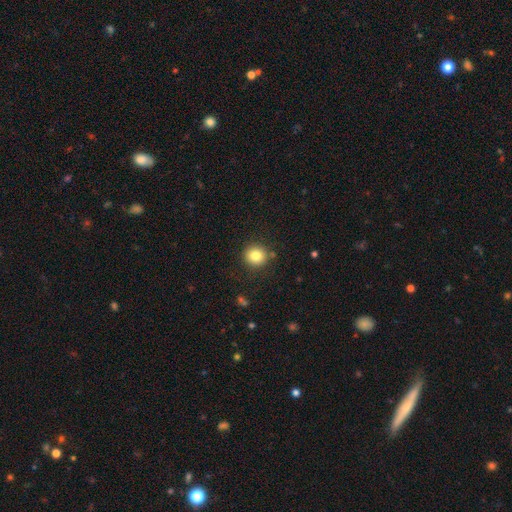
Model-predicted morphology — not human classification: Q: Smooth or featured?
A: smooth (82%); runner-up: star or artifact (11%)
Q: How rounded?
A: round (90%); runner-up: in between (10%)
Q: Merging?
A: none (87%); runner-up: minor disturbance (8%)